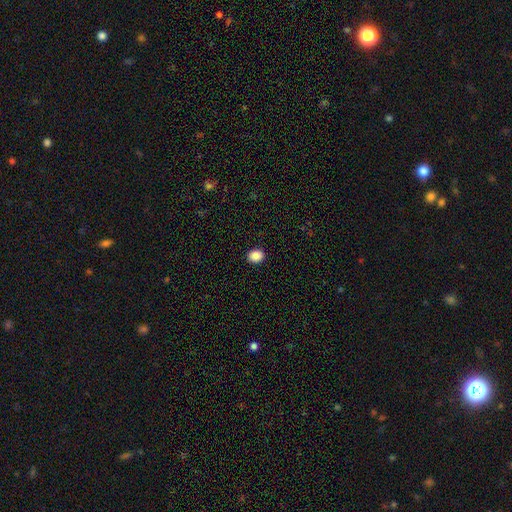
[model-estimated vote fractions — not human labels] Q: Smooth or featured?
A: smooth (88%); runner-up: star or artifact (9%)
Q: How rounded?
A: round (58%); runner-up: in between (41%)
Q: Merging?
A: none (92%); runner-up: minor disturbance (6%)